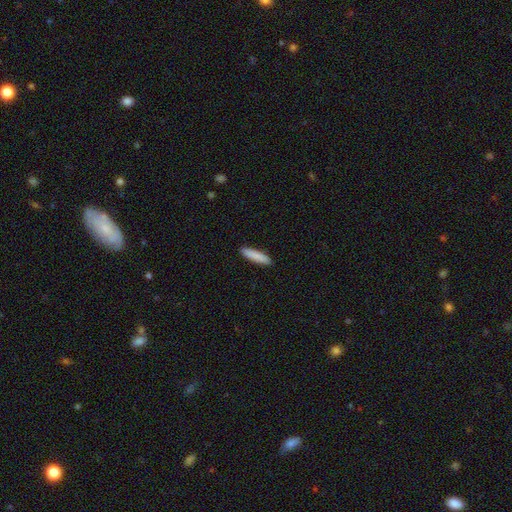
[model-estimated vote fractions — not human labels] A smooth galaxy with no disk features (87%) that is cigar-shaped (83%). Merging: none (91%).